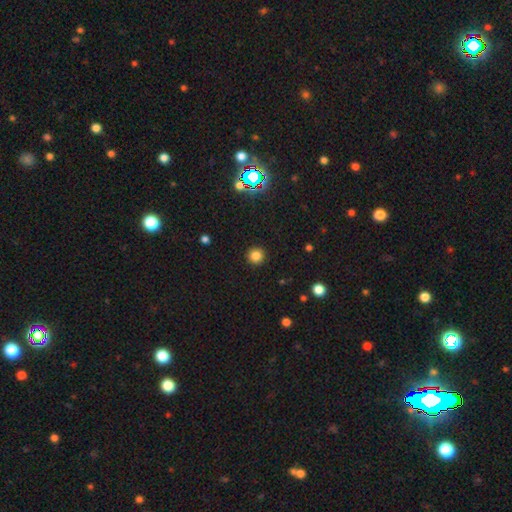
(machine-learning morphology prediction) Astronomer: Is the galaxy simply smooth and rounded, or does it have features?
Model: smooth — 81%.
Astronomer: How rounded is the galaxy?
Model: round — 95%.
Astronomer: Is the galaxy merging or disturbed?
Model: none — 92%.